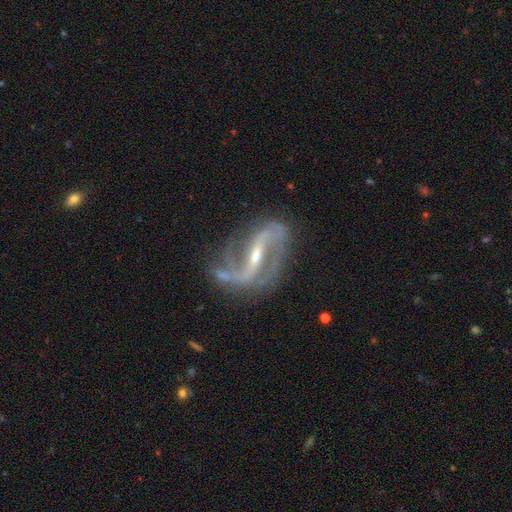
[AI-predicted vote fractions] A featured or disk galaxy (91%) with a strong bar (62%), 2 (91%) loose (54%) spiral arms (96%) and a small central bulge (63%). Merging: none (64%).